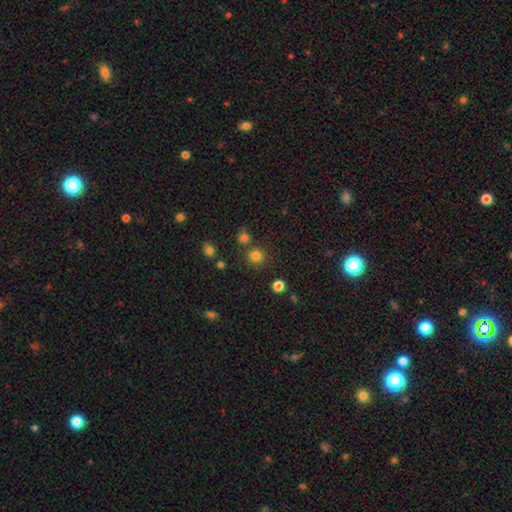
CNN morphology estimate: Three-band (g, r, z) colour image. It shows a smooth galaxy with no disk features (79%) that is round (92%). Merging: none (79%).